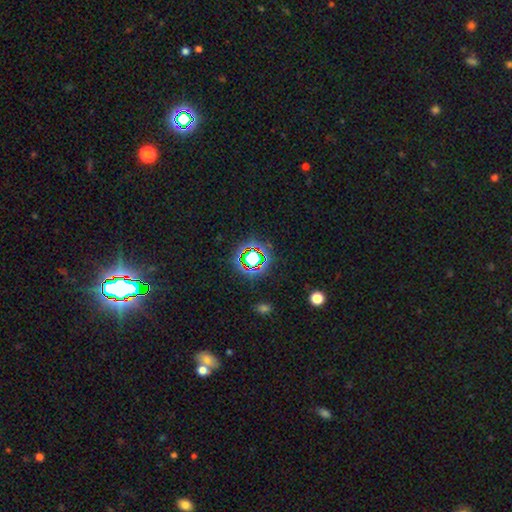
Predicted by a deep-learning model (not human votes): Smooth or featured?
  - star or artifact: 68% *
  - smooth: 21%
  - featured or disk: 11%